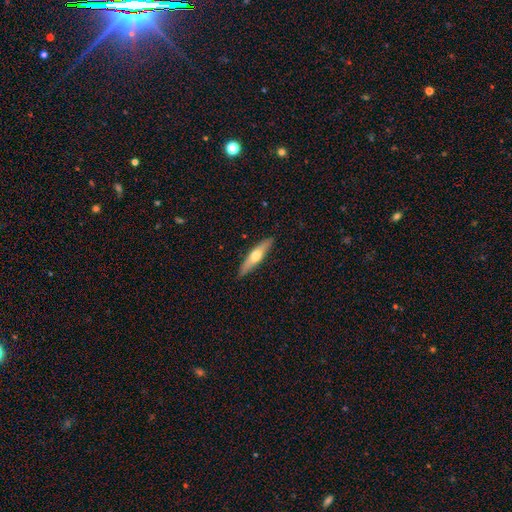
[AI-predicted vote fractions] Smooth or featured?
  - featured or disk: 48% *
  - smooth: 47%
  - star or artifact: 5%
Merging?
  - none: 89% *
  - minor disturbance: 9%
  - major disturbance: 2%
  - merger: 1%